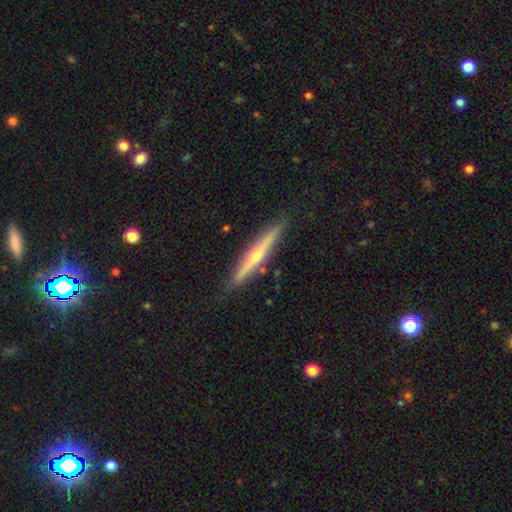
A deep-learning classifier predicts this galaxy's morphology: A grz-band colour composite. It shows a featured or disk galaxy (69%) viewed edge-on (97%) with a rounded central bulge (83%). Merging: none (88%).